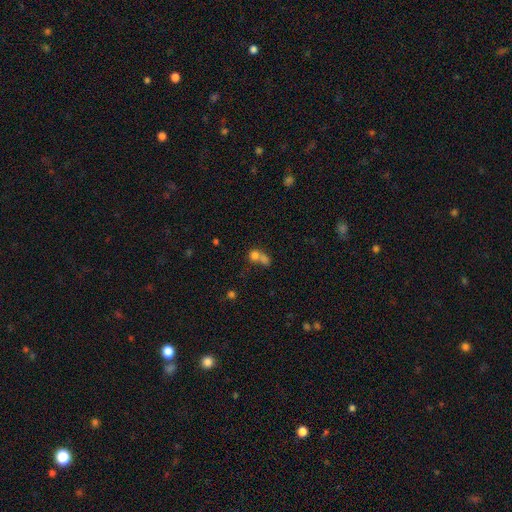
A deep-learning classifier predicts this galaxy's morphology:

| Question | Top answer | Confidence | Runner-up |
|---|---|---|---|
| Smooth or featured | smooth | 73% | star or artifact (14%) |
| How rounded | round | 65% | in between (33%) |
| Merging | merger | 63% | none (25%) |